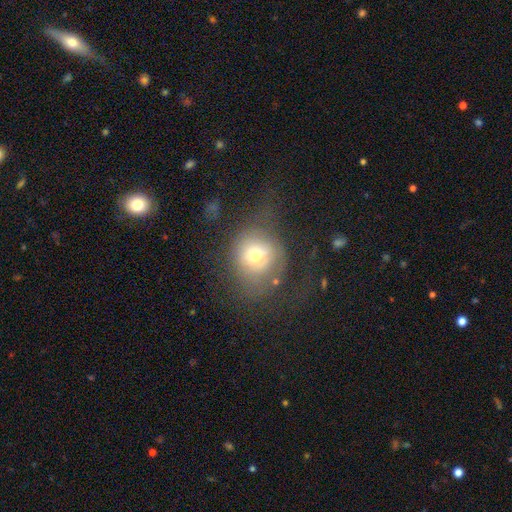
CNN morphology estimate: Q: Smooth or featured?
A: smooth (65%); runner-up: featured or disk (23%)
Q: How rounded?
A: round (78%); runner-up: in between (21%)
Q: Merging?
A: none (44%); runner-up: major disturbance (31%)